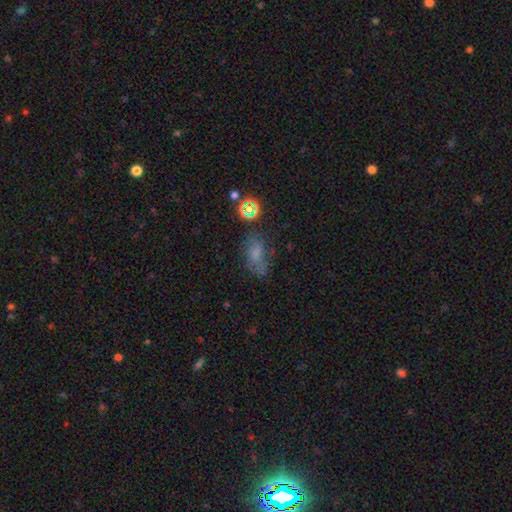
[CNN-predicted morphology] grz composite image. It shows a smooth galaxy with no disk features (52%) that is in between round and cigar-shaped (81%). Merging: none (46%).